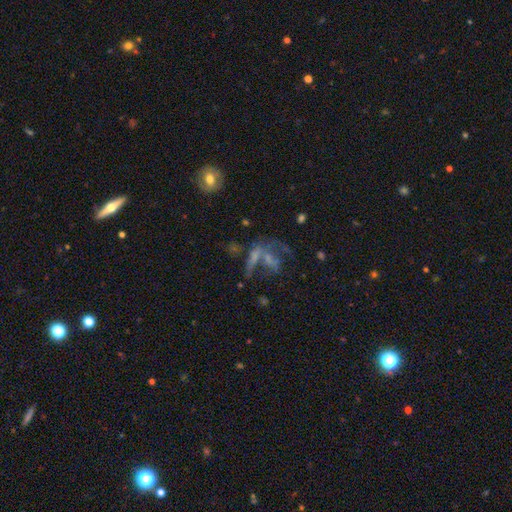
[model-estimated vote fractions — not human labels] smooth-or-featured: featured or disk: 51% | star or artifact: 32% | smooth: 17%
  disk-edge-on: no: 92% | yes: 8%
  merging: none: 44% | major disturbance: 26% | merger: 15% | minor disturbance: 15%